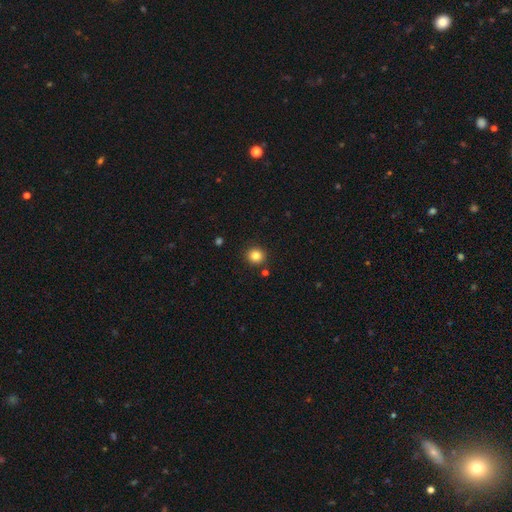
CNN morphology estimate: Overall: smooth (84%). How rounded: round (91%). Merging: none (89%).